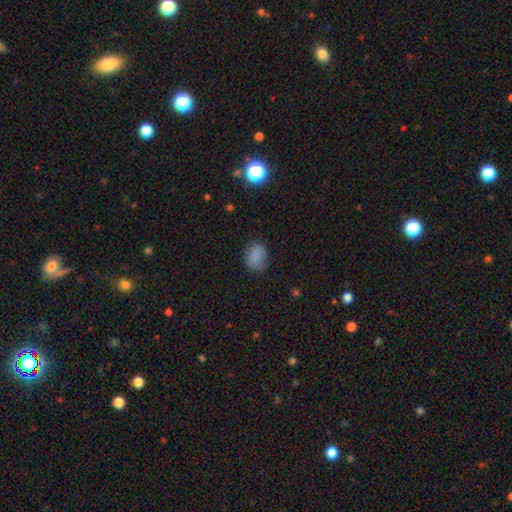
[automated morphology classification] A smooth galaxy with no disk features (82%) that is in between round and cigar-shaped (65%).

Vote fractions:
- Smooth or featured? smooth: 82% / star or artifact: 12% / featured or disk: 6%
- How rounded? in between: 65% / round: 34% / cigar-shaped: 1%
- Merging? none: 73% / minor disturbance: 20% / major disturbance: 5% / merger: 1%